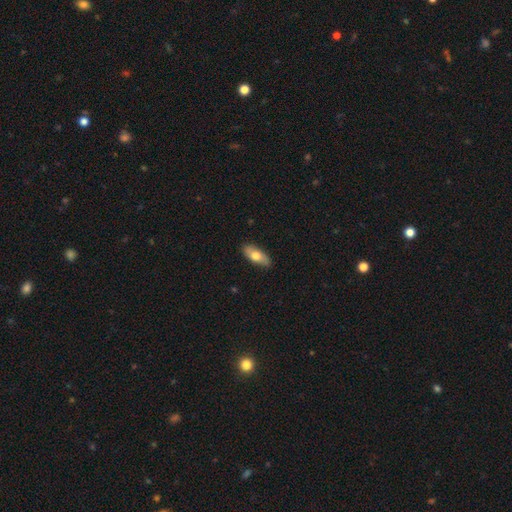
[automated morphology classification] A smooth galaxy with no disk features (68%) that is in between round and cigar-shaped (81%). Merging: none (87%).